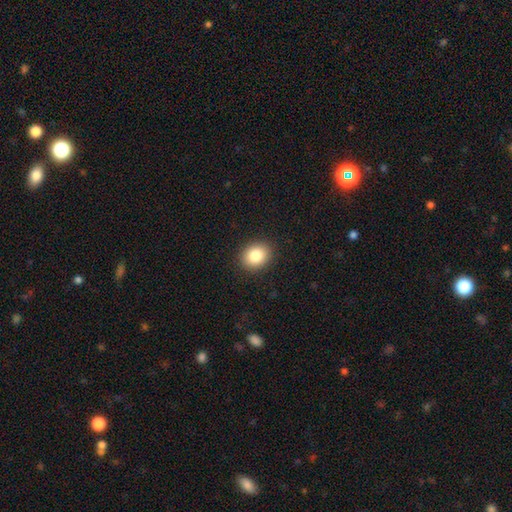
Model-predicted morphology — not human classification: This appears to be a smooth galaxy with no disk features (85%) that is round (55%). Merging: none (90%).